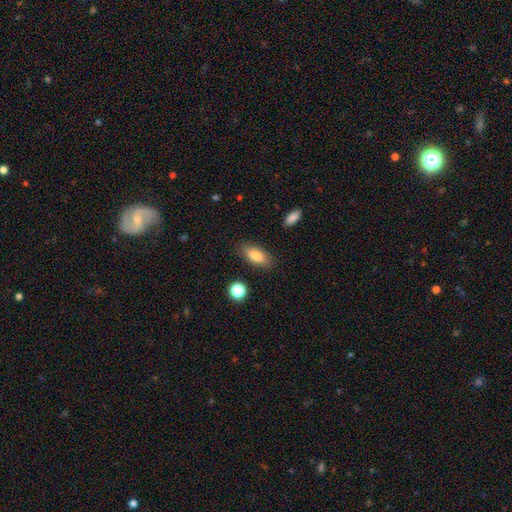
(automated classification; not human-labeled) Q: Smooth or featured?
A: smooth (81%); runner-up: featured or disk (11%)
Q: How rounded?
A: in between (81%); runner-up: cigar-shaped (16%)
Q: Merging?
A: none (85%); runner-up: minor disturbance (10%)